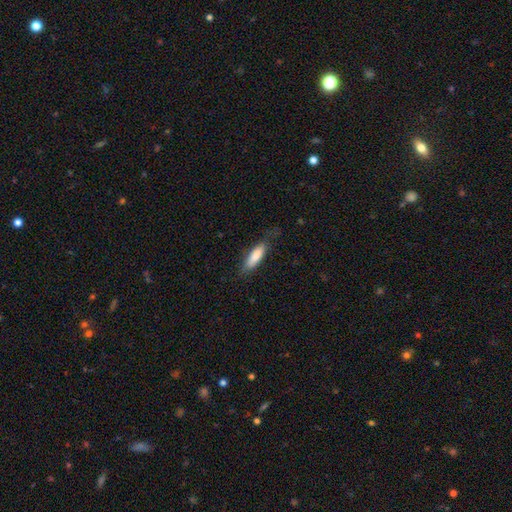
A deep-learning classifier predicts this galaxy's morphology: Smooth or featured?
  - smooth: 80% *
  - featured or disk: 14%
  - star or artifact: 6%
How rounded?
  - cigar-shaped: 50% *
  - in between: 49%
  - round: 2%
Merging?
  - none: 68% *
  - minor disturbance: 22%
  - major disturbance: 8%
  - merger: 1%